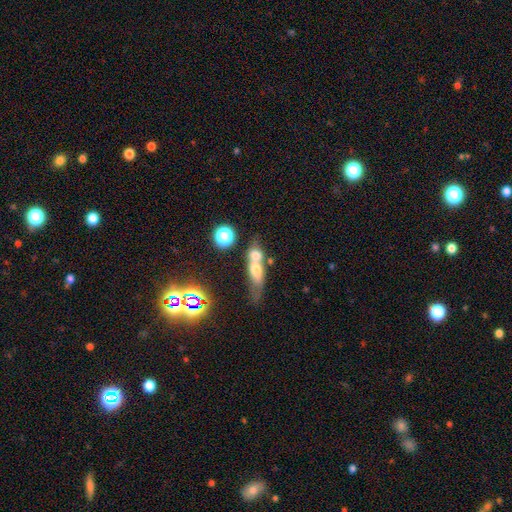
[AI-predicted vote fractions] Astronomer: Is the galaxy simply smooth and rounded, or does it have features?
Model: smooth — 58%.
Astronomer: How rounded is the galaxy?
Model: in between — 47% (runner-up: round, 27%).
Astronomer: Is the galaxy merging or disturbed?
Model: merger — 64%.